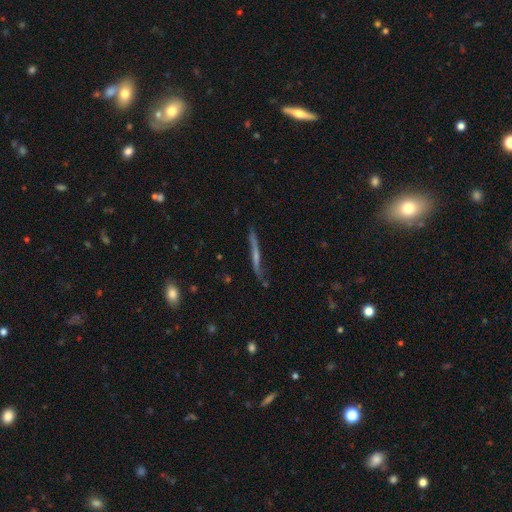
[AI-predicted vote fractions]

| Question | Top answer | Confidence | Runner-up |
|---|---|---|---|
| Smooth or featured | featured or disk | 51% | star or artifact (25%) |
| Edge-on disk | yes | 85% | no (15%) |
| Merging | none | 83% | minor disturbance (10%) |